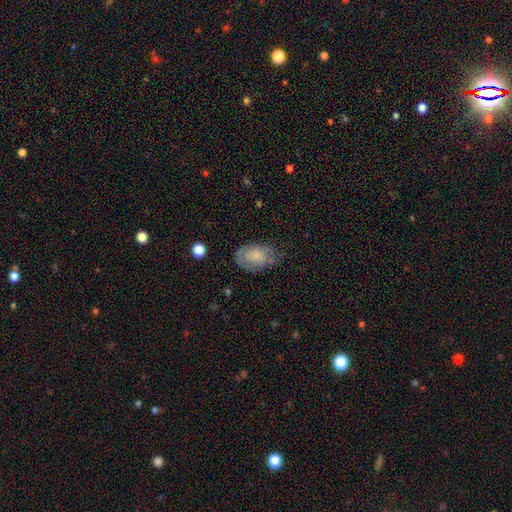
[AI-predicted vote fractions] Smooth or featured? smooth (65%)
How rounded? in between (88%)
Merging? none (60%)